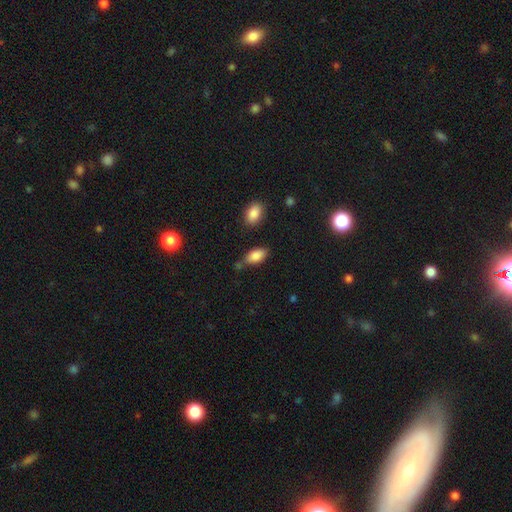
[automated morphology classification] Smooth or featured: smooth — 85% (star or artifact — 8%)
How rounded: in between — 91% (cigar-shaped — 6%)
Merging: none — 66% (minor disturbance — 21%)